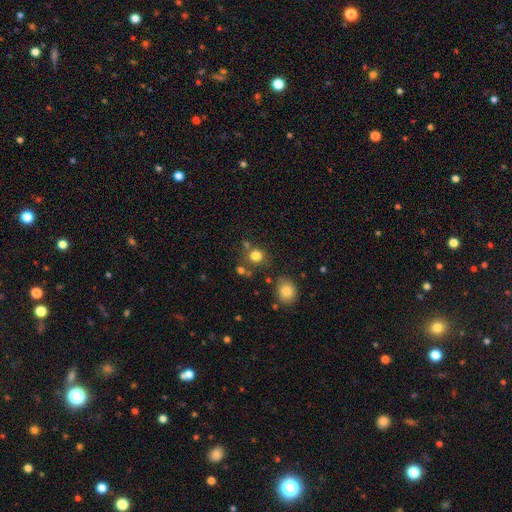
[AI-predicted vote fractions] A smooth galaxy with no disk features (80%) that is round (85%).

Vote fractions:
- Smooth or featured? smooth: 80% / star or artifact: 14% / featured or disk: 6%
- How rounded? round: 85% / in between: 14% / cigar-shaped: 1%
- Merging? none: 70% / merger: 14% / minor disturbance: 11% / major disturbance: 5%